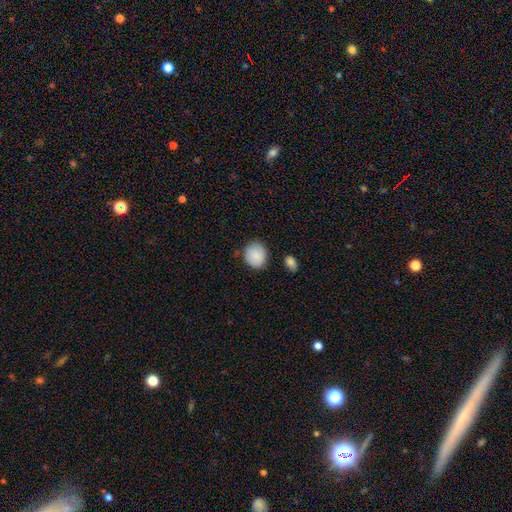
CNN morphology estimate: type=smooth (87%); roundness=round (75%); merging=none (80%).